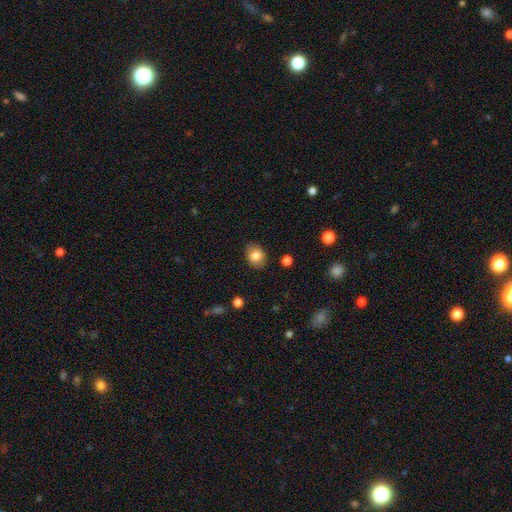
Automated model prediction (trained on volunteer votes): smooth_or_featured: smooth (p=0.82) [alt: featured or disk p=0.09]
how_rounded: in between (p=0.57) [alt: round p=0.42]
merging: none (p=0.83) [alt: minor disturbance p=0.13]